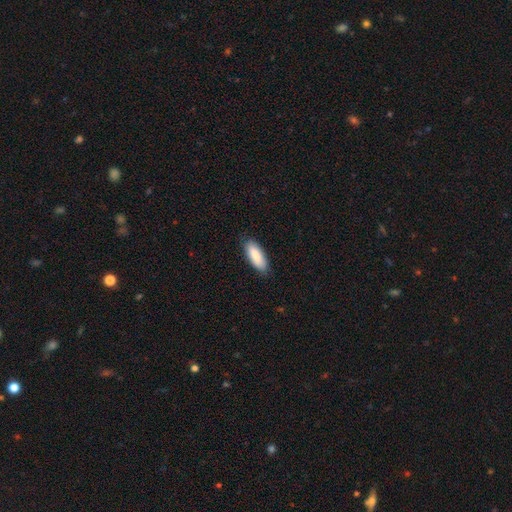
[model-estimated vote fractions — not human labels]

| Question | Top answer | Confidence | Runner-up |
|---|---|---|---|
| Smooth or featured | smooth | 89% | featured or disk (6%) |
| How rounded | in between | 75% | cigar-shaped (23%) |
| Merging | none | 85% | minor disturbance (12%) |